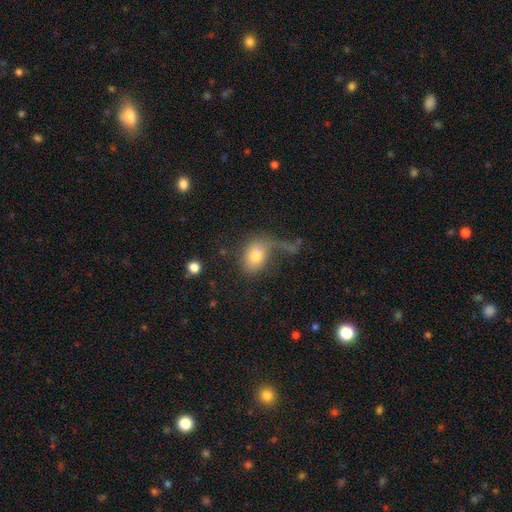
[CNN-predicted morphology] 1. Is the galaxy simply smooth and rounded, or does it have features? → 71% smooth, 20% featured or disk, 9% star or artifact.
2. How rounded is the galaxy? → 72% in between, 26% round, 2% cigar-shaped.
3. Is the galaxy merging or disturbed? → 42% major disturbance, 30% none, 17% minor disturbance, 11% merger.